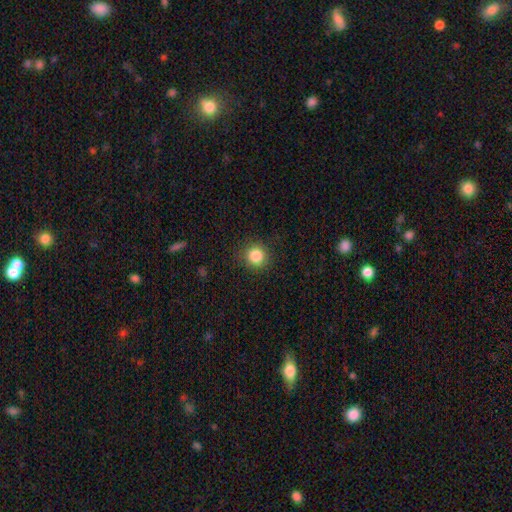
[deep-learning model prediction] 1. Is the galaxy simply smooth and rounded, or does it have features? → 85% smooth, 11% star or artifact, 5% featured or disk.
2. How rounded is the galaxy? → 91% round, 8% in between, 1% cigar-shaped.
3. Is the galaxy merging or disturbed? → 88% none, 8% minor disturbance, 3% major disturbance, 1% merger.